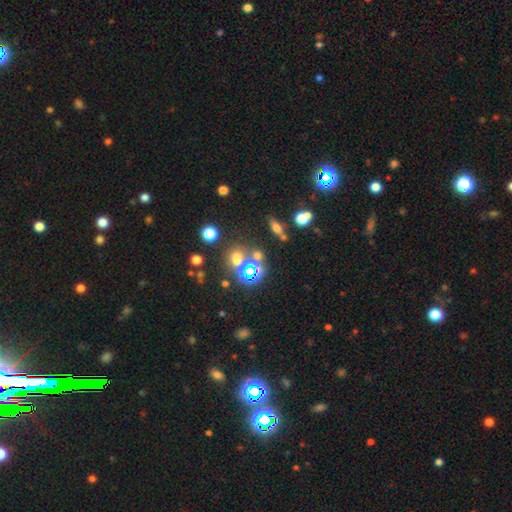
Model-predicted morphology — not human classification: Smooth or featured?
  - star or artifact: 44% *
  - smooth: 38%
  - featured or disk: 18%